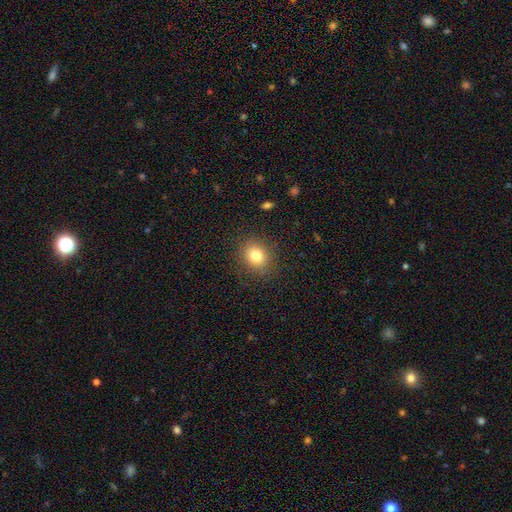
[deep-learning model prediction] This is clearly a smooth galaxy (80%). How rounded: likely round (72%). Merging: clearly none (87%).